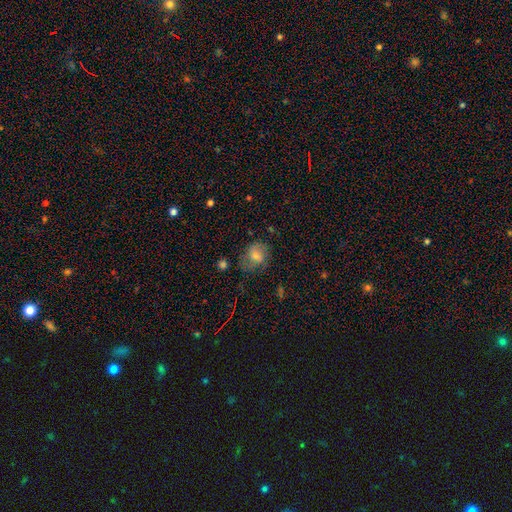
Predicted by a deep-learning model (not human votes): Smooth or featured: smooth — 66% (featured or disk — 24%)
How rounded: round — 57% (in between — 42%)
Merging: none — 55% (minor disturbance — 26%)